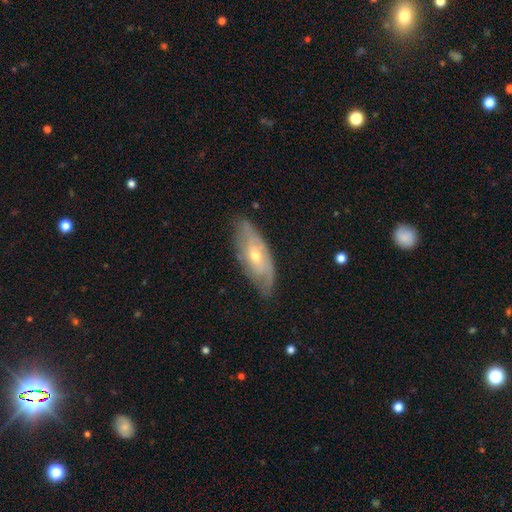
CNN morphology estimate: smooth_or_featured: featured or disk (p=0.65) [alt: smooth p=0.29]
disk_edge_on: no (p=0.79) [alt: yes p=0.21]
bar: no (p=0.69) [alt: weak p=0.26]
has_spiral_arms: yes (p=0.73) [alt: no p=0.27]
bulge_size: moderate (p=0.50) [alt: small p=0.47]
merging: none (p=0.72) [alt: minor disturbance p=0.22]